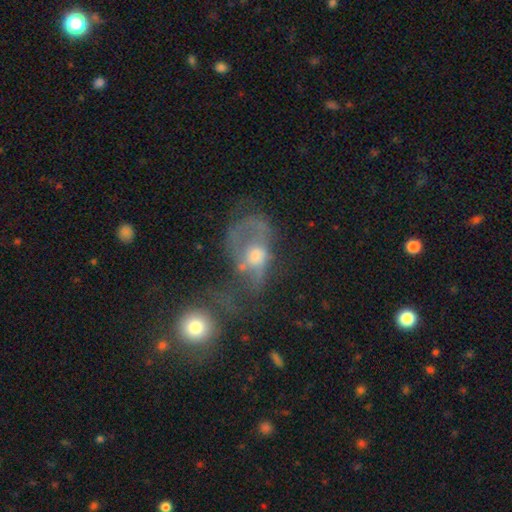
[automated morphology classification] Smooth or featured? featured or disk (57%)
Edge-on disk? no (94%)
Bar? no (80%)
Spiral arms? no (55%)
Bulge size? moderate (58%)
Merging? major disturbance (44%)